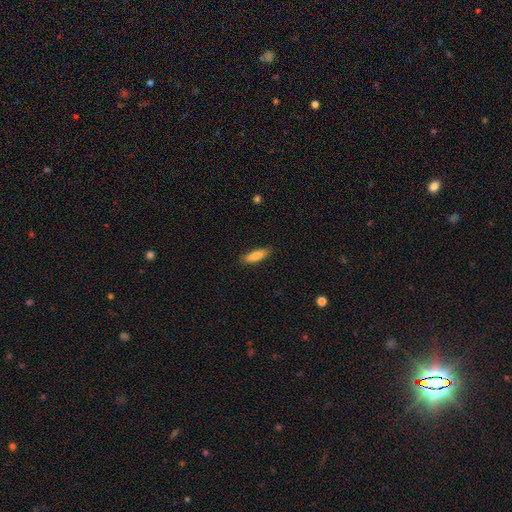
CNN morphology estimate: This appears to be a smooth galaxy with no disk features (82%) that is cigar-shaped (49%, tied with in between). Merging: none (86%).